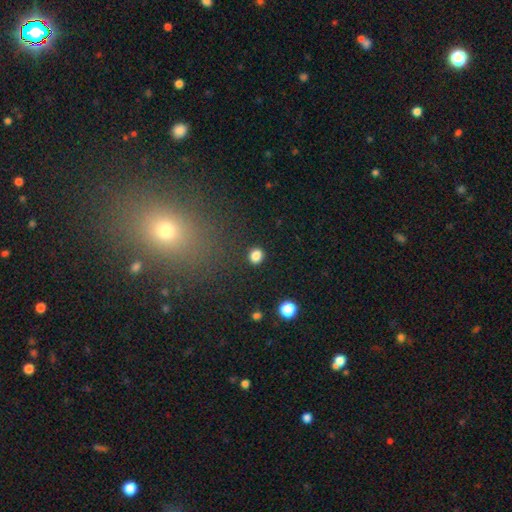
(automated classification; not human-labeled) Overall: smooth (84%). How rounded: round (82%). Merging: none (91%).